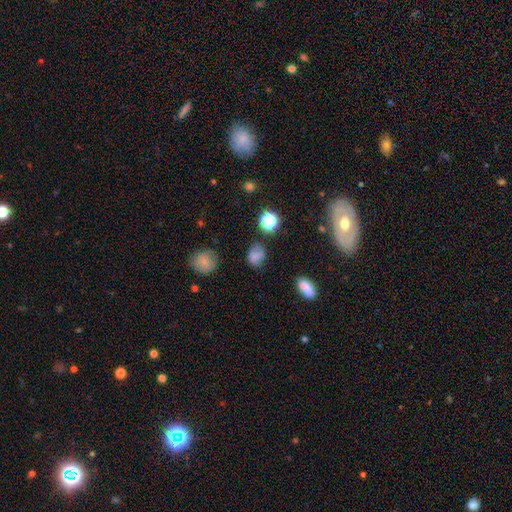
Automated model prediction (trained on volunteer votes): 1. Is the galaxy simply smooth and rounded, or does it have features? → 69% smooth, 16% star or artifact, 15% featured or disk.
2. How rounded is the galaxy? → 57% in between, 42% round, 2% cigar-shaped.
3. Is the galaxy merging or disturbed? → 65% none, 23% minor disturbance, 9% major disturbance, 4% merger.